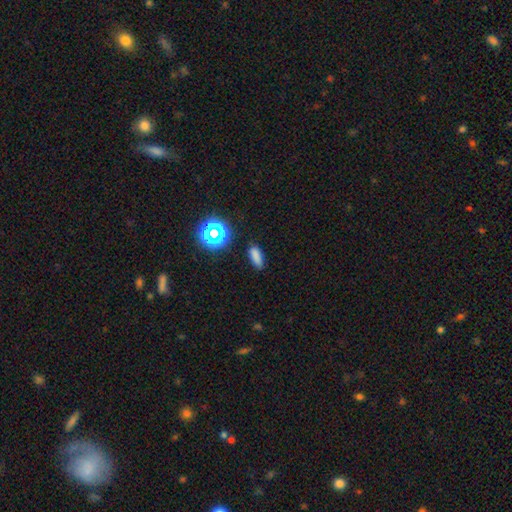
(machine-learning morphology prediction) Smooth or featured? smooth (78%)
How rounded? in between (65%)
Merging? none (84%)